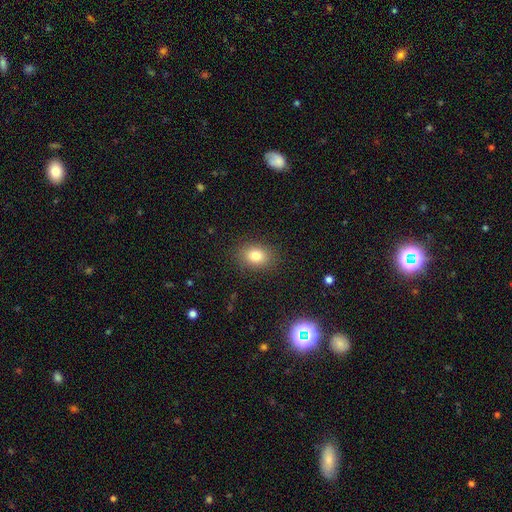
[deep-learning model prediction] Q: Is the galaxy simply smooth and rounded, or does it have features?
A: smooth — 81%.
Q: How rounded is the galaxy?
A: in between — 63%.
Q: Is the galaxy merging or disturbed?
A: none — 86%.